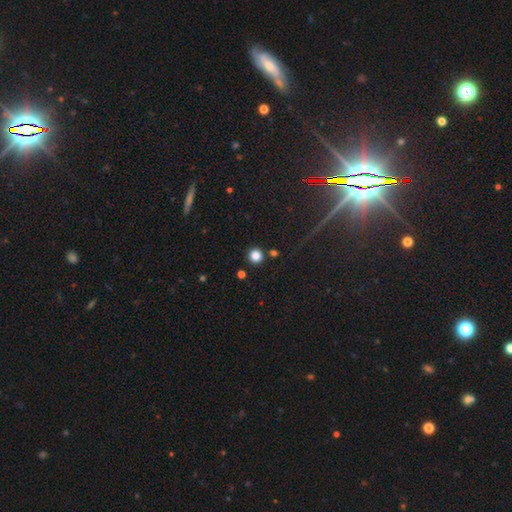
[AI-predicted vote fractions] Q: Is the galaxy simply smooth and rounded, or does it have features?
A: smooth — 82%.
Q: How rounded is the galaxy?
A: round — 94%.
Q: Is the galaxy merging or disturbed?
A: none — 87%.